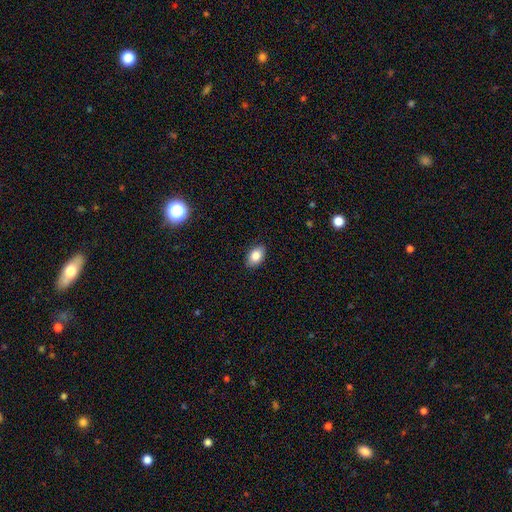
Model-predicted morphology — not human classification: smooth 85%, star or artifact 8%, featured or disk 8%. Down the decision tree: how rounded — in between (89%); merging — none (88%).